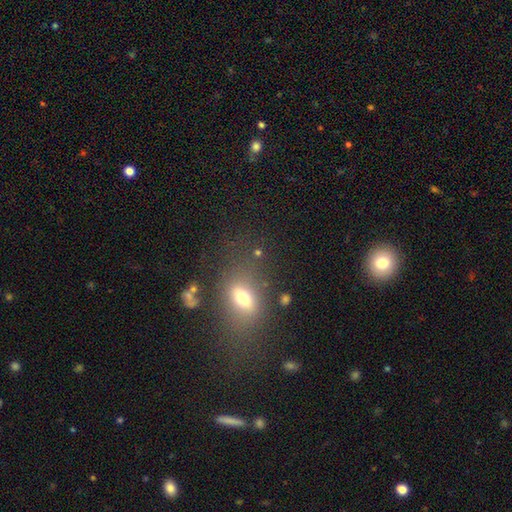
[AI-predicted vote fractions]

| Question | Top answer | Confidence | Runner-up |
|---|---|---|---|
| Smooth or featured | smooth | 62% | star or artifact (21%) |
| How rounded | in between | 73% | round (20%) |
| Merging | none | 68% | minor disturbance (15%) |